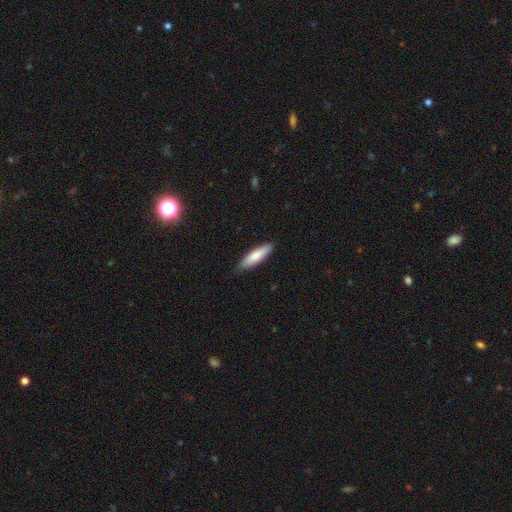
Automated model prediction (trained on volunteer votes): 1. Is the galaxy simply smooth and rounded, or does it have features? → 79% smooth, 16% featured or disk, 5% star or artifact.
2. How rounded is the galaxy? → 69% cigar-shaped, 30% in between, 1% round.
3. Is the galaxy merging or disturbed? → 86% none, 12% minor disturbance, 2% major disturbance, 1% merger.